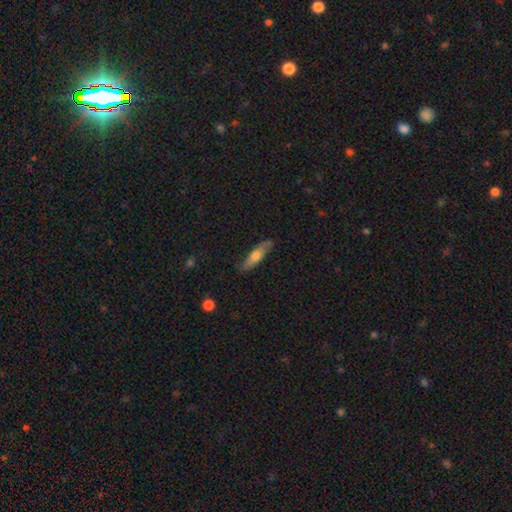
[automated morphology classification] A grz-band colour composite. It shows a smooth galaxy with no disk features (55%) that is cigar-shaped (67%). Merging: none (79%).